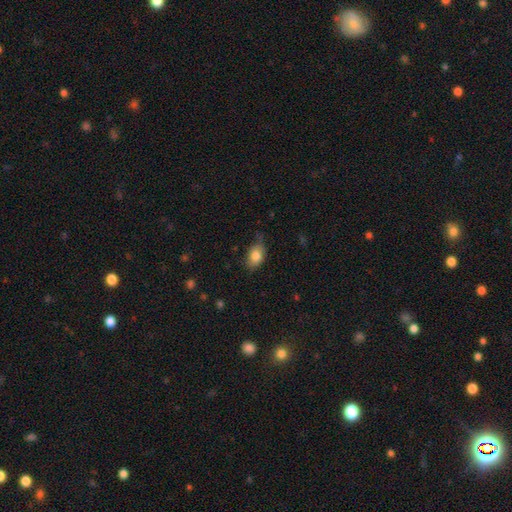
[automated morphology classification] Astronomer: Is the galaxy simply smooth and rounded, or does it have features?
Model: smooth — 82%.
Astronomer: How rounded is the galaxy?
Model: in between — 80%.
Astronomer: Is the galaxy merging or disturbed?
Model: none — 55% (runner-up: minor disturbance, 34%).